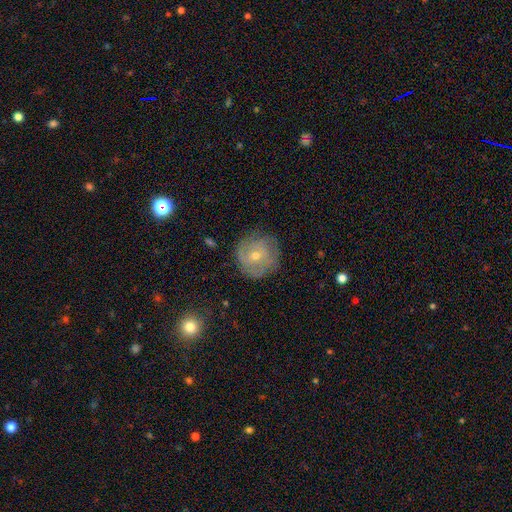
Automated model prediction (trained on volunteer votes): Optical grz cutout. It shows a featured or disk galaxy (55%) with no bar (72%), spiral arms (73%) and a small central bulge (61%). Merging: none (75%).